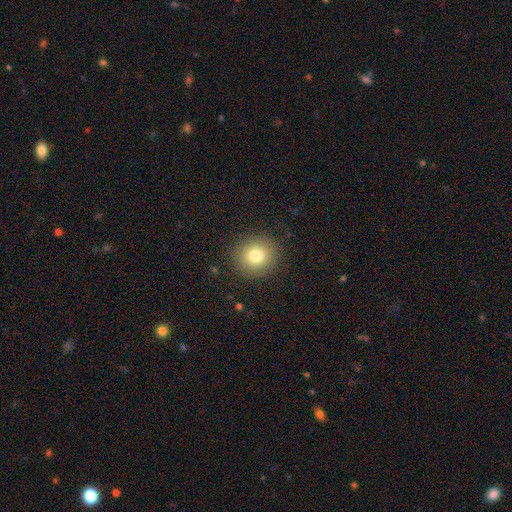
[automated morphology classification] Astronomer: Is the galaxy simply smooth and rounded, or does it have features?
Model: smooth — 80%.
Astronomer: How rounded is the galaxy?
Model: round — 87%.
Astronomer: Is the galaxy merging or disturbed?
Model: none — 89%.